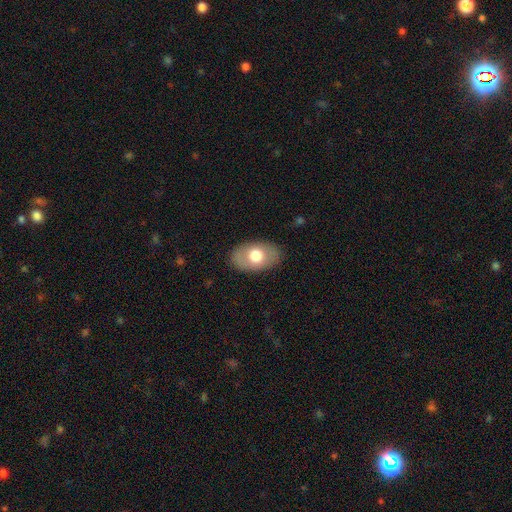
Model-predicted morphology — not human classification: smooth 67%, featured or disk 27%, star or artifact 6%. Down the decision tree: how rounded — in between (89%); merging — none (84%).